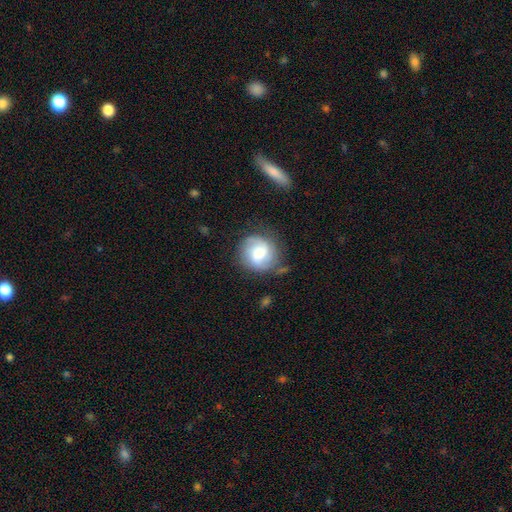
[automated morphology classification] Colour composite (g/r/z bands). It shows a featured or disk galaxy (50%). Merging: none (71%).